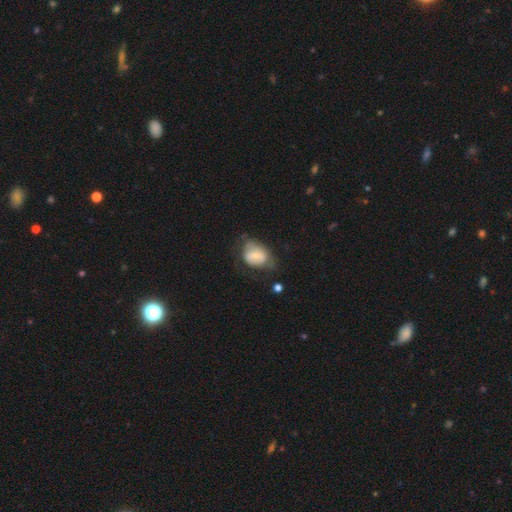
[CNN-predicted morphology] This appears to be a smooth galaxy with no disk features (56%) that is in between round and cigar-shaped (62%). Merging: none (46%).